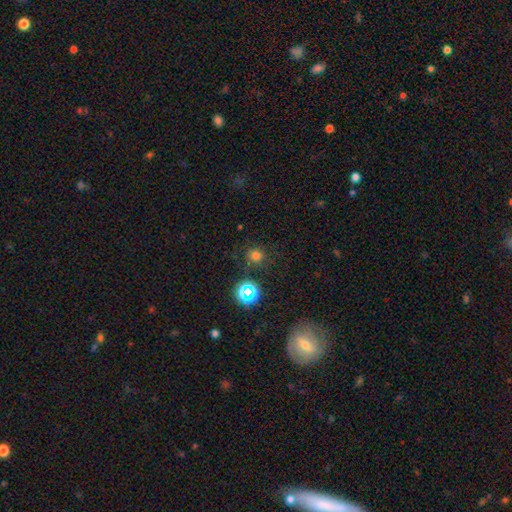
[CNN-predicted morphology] type=smooth (68%); roundness=round (91%); merging=none (80%).